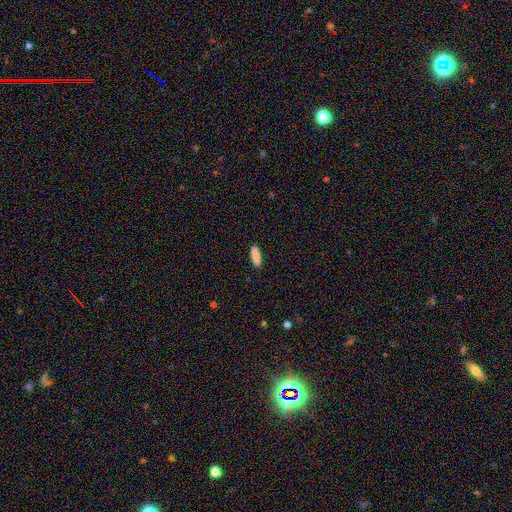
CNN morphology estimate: This is clearly a smooth galaxy (86%). How rounded: possibly cigar-shaped (52%). Merging: clearly none (89%).